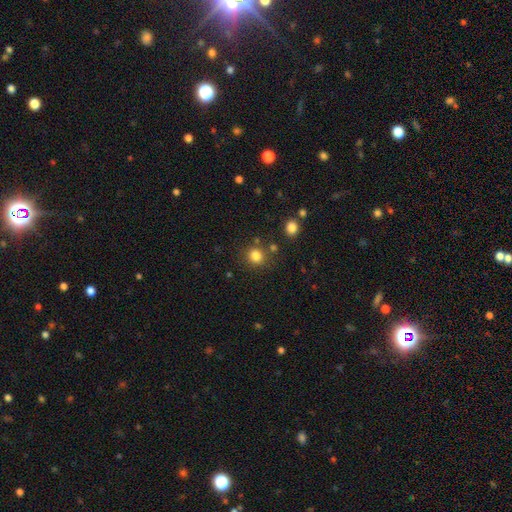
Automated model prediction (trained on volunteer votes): The model was most divided on "how rounded": round: 82%, in between: 17%, cigar-shaped: 1%. More confident: smooth or featured — smooth (82%); merging — none (80%).